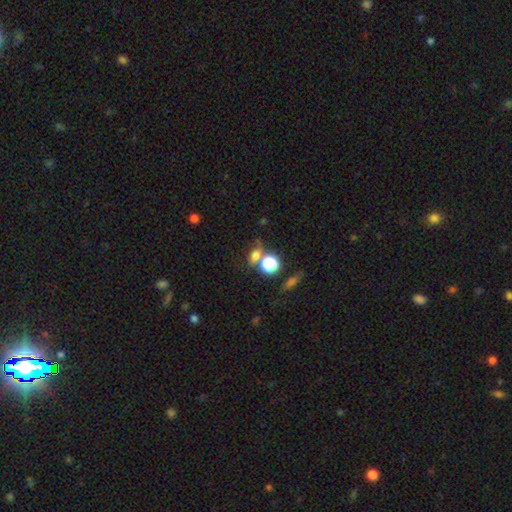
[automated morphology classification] The model was most divided on "how rounded": in between: 50%, round: 43%, cigar-shaped: 7%. More confident: smooth or featured — smooth (70%); merging — none (53%).